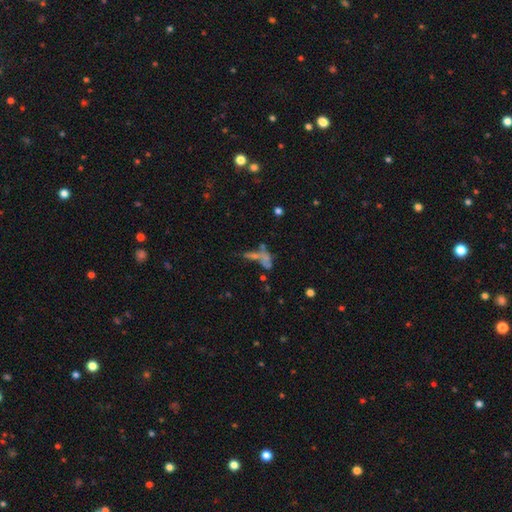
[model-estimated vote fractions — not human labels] This appears to be a smooth galaxy with no disk features (36%). Merging: merger (36%).